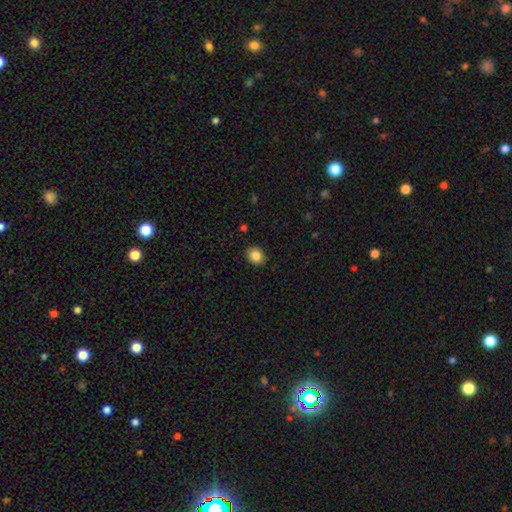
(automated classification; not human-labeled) A smooth galaxy with no disk features (86%) that is round (58%). Merging: none (89%).